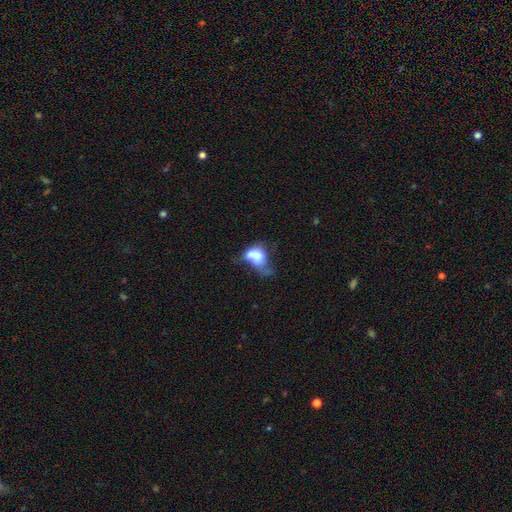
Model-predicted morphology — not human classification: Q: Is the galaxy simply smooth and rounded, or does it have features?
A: smooth — 62%.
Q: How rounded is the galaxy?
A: in between — 69%.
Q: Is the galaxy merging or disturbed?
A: merger — 42%.